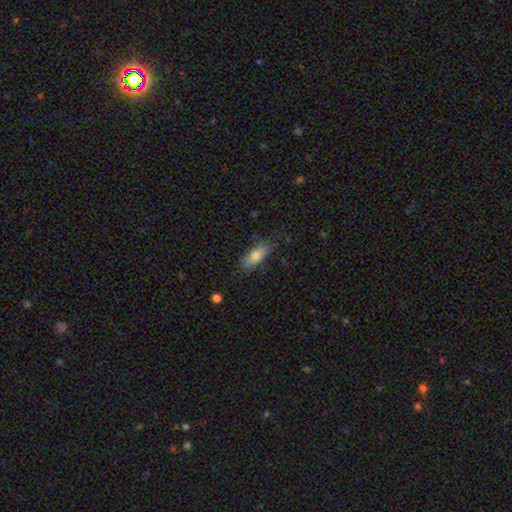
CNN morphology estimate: A smooth galaxy with no disk features (76%) that is in between round and cigar-shaped (73%). Merging: none (78%).